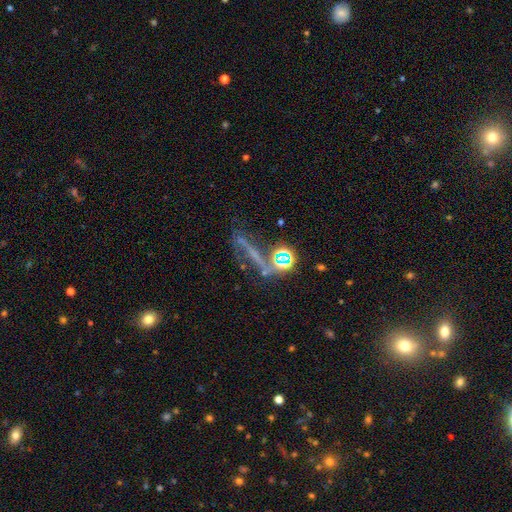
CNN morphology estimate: A star or artifact, not a galaxy (34%, tied with featured or disk).